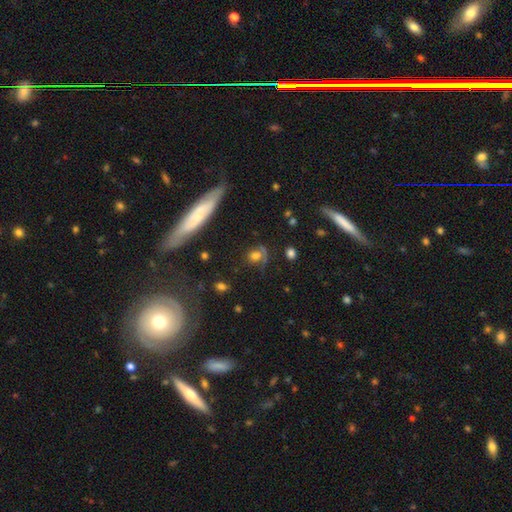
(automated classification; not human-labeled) Q: Smooth or featured?
A: smooth (56%); runner-up: featured or disk (27%)
Q: How rounded?
A: round (71%); runner-up: in between (25%)
Q: Merging?
A: none (59%); runner-up: minor disturbance (19%)